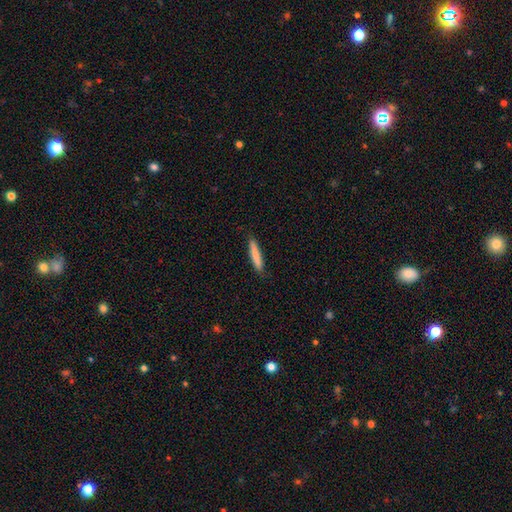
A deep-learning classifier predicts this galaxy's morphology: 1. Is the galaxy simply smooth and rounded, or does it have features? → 81% smooth, 14% featured or disk, 6% star or artifact.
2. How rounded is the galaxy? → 92% cigar-shaped, 7% in between, 1% round.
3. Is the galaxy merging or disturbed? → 87% none, 10% minor disturbance, 2% major disturbance, 1% merger.